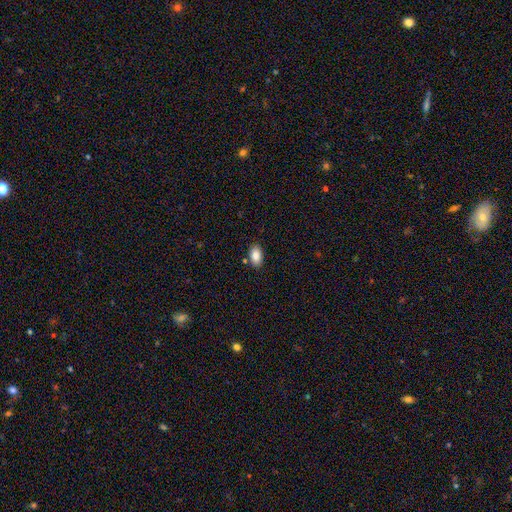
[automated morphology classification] Smooth or featured? Predicted: smooth (p=0.87). How rounded? Predicted: in between (p=0.93). Merging? Predicted: none (p=0.86).